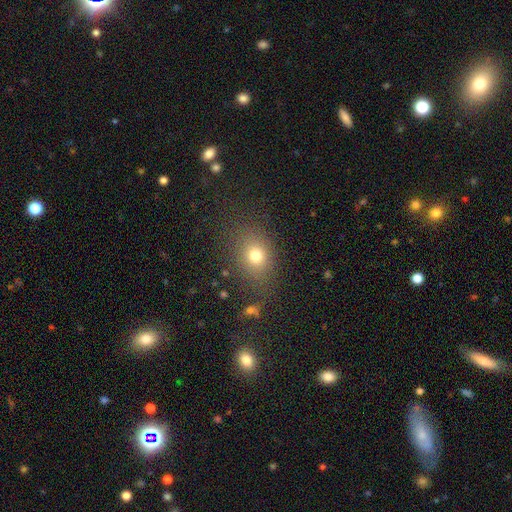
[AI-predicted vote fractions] This appears to be a smooth galaxy with no disk features (75%) that is round (50%). Merging: none (77%).